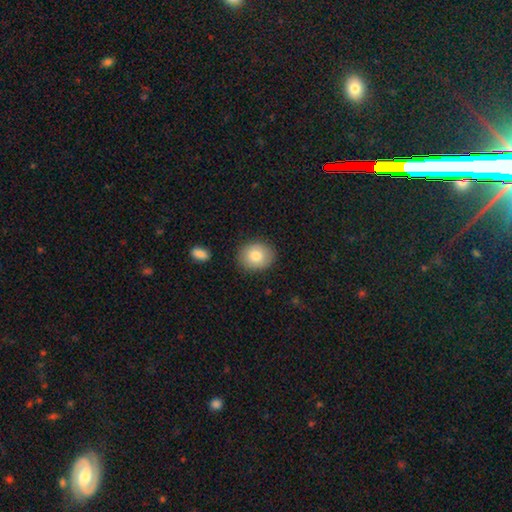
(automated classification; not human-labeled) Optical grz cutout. It shows a smooth galaxy with no disk features (82%) that is round (65%). Merging: none (86%).